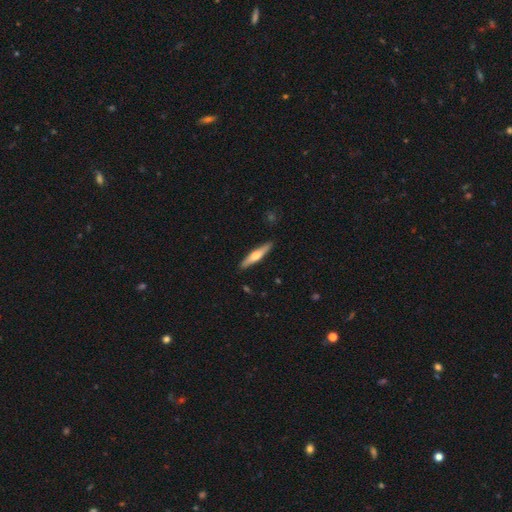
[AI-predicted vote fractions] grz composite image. It shows a featured or disk galaxy (50%). Merging: none (90%).